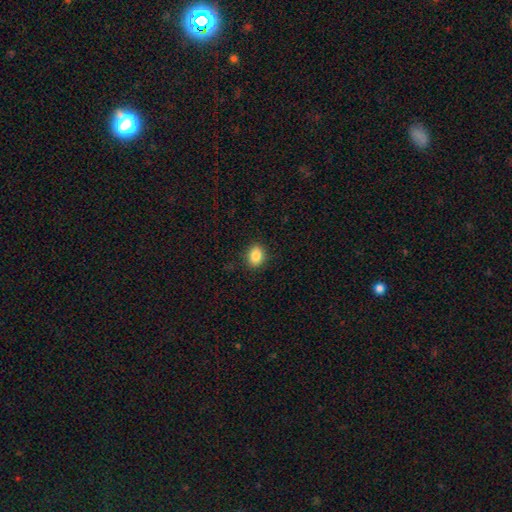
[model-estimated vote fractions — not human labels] Smooth or featured?
  - smooth: 86% *
  - star or artifact: 9%
  - featured or disk: 5%
How rounded?
  - in between: 57% *
  - round: 42%
  - cigar-shaped: 1%
Merging?
  - none: 89% *
  - minor disturbance: 8%
  - major disturbance: 2%
  - merger: 1%